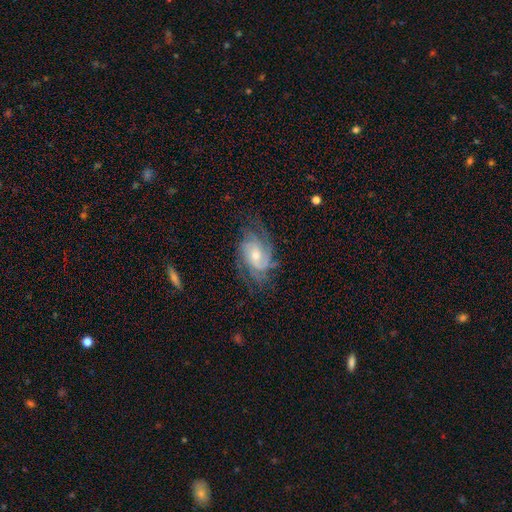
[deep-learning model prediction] Smooth or featured? Predicted: featured or disk (p=0.85). Edge-on disk? Predicted: no (p=0.96). Bar? Predicted: no (p=0.62). Spiral arms? Predicted: yes (p=0.96). Spiral winding? Predicted: tight (p=0.51). Spiral arm count? Predicted: can't tell (p=0.27). Bulge size? Predicted: moderate (p=0.51). Merging? Predicted: none (p=0.67).